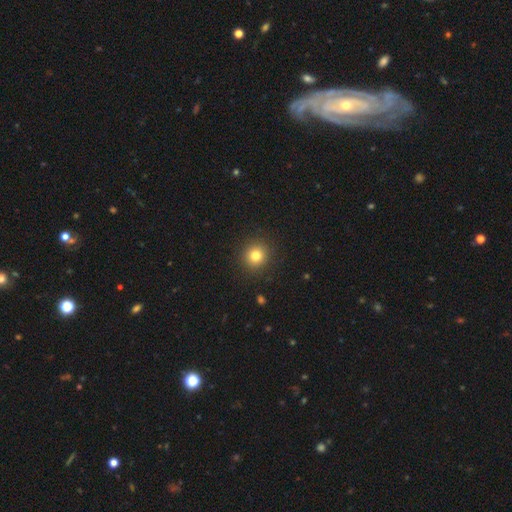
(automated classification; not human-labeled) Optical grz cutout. It shows a smooth galaxy with no disk features (80%) that is round (92%). Merging: none (91%).